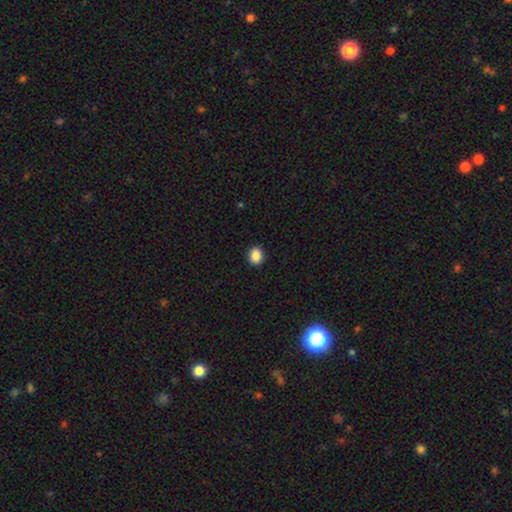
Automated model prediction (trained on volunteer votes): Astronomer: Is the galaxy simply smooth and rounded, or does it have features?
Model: smooth — 88%.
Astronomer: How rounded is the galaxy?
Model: round — 62% (runner-up: in between, 37%).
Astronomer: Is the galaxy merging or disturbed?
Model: none — 91%.